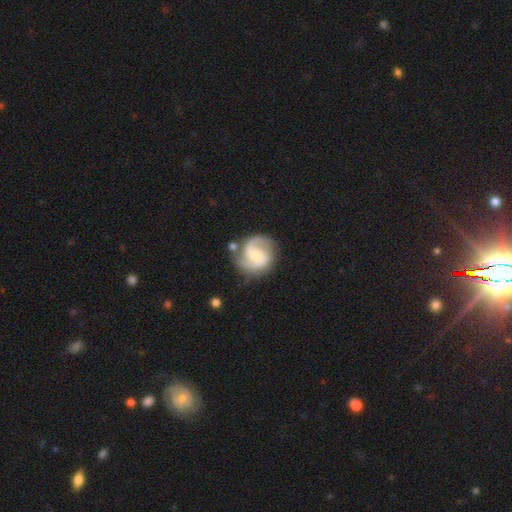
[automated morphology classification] This is clearly a featured or disk galaxy (82%). It is clearly not viewed edge-on (98%). Bar: possibly weak (49%). Spiral arm pattern: clearly yes (96%). Spiral arm count: clearly 2 (86%). Spiral winding: possibly medium (52%). Central bulge: possibly small (50%). Merging: likely none (72%).